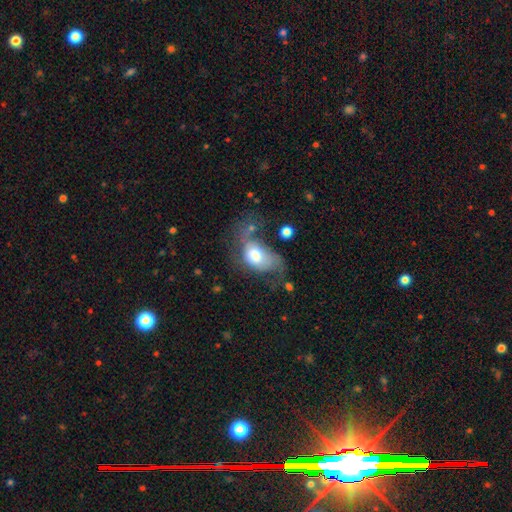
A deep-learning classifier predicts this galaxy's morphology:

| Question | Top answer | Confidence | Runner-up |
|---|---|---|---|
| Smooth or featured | smooth | 63% | featured or disk (28%) |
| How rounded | in between | 80% | round (18%) |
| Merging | major disturbance | 45% | minor disturbance (23%) |